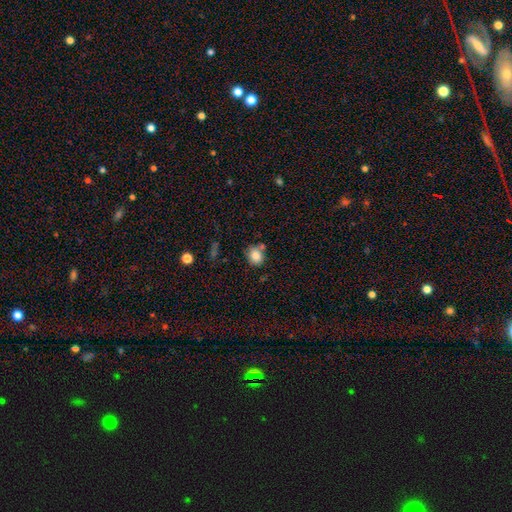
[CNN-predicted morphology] The model was most divided on "how rounded": round: 68%, in between: 31%, cigar-shaped: 1%. More confident: smooth or featured — smooth (83%); merging — none (66%).